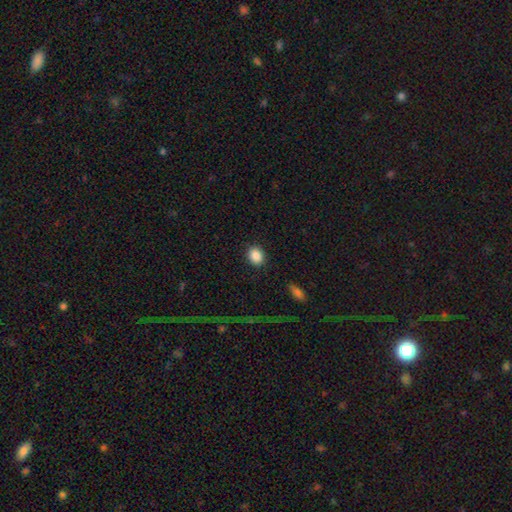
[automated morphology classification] type=smooth (88%); roundness=round (53%); merging=none (88%).